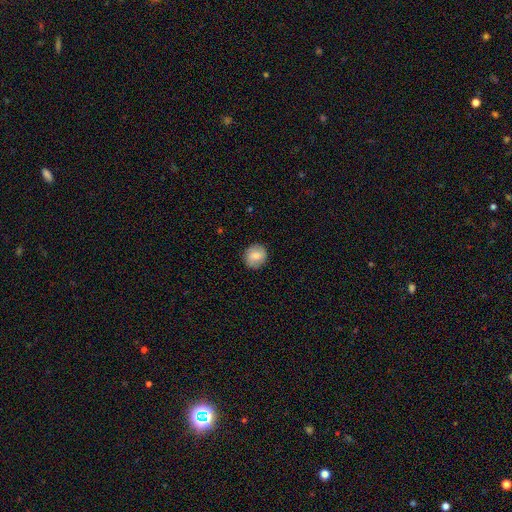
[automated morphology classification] This is likely a smooth galaxy (79%). How rounded: clearly round (85%). Merging: clearly none (88%).